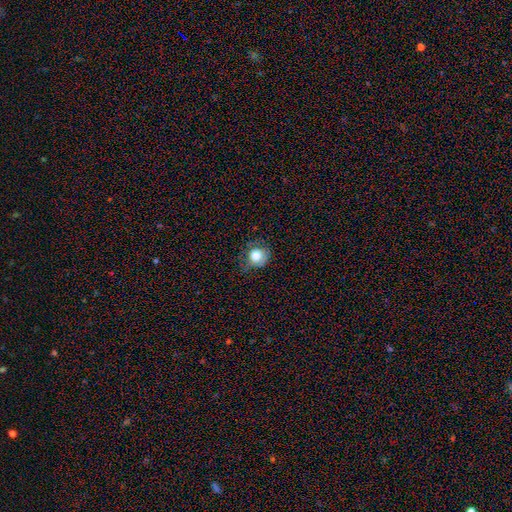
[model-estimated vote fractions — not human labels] This appears to be a smooth galaxy with no disk features (76%) that is round (85%). Merging: none (69%).